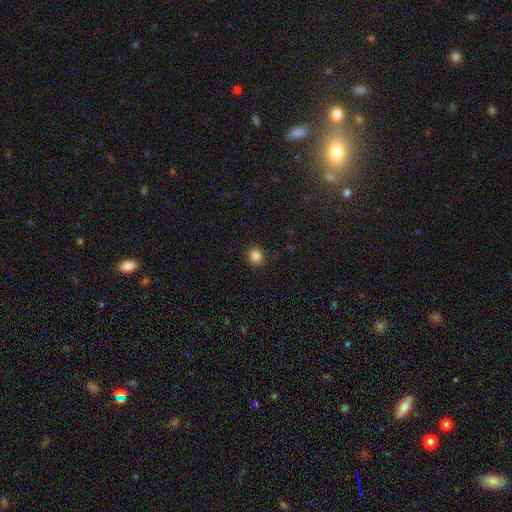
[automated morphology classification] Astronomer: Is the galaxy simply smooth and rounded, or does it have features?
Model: smooth — 85%.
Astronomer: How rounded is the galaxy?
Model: round — 86%.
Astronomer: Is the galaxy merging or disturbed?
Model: none — 90%.